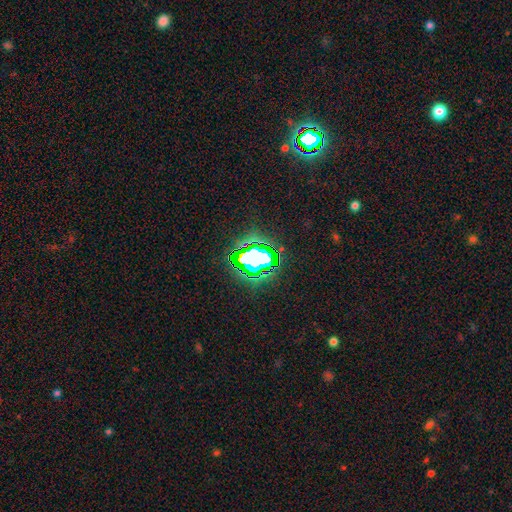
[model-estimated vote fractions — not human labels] Smooth or featured: star or artifact — 64% (smooth — 22%)